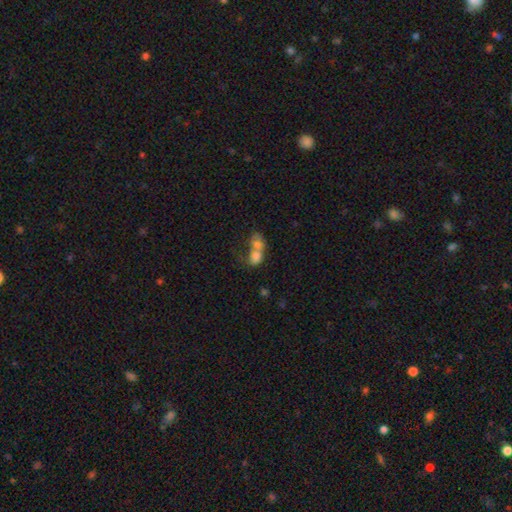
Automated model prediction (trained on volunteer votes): The model was most divided on "how rounded": in between: 64%, round: 34%, cigar-shaped: 2%. More confident: merging — merger (74%); smooth or featured — smooth (73%).